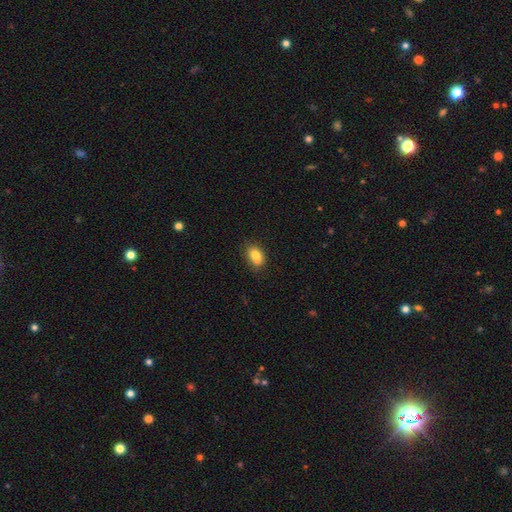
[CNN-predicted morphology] Smooth or featured? Predicted: smooth (p=0.78). How rounded? Predicted: in between (p=0.72). Merging? Predicted: none (p=0.55).